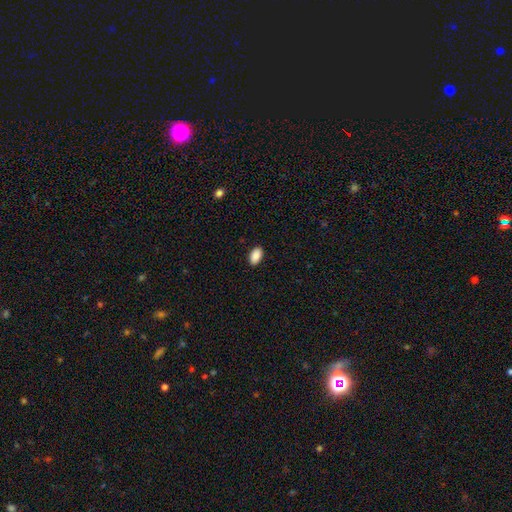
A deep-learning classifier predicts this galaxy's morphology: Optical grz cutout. It shows a smooth galaxy with no disk features (90%) that is in between round and cigar-shaped (93%). Merging: none (90%).